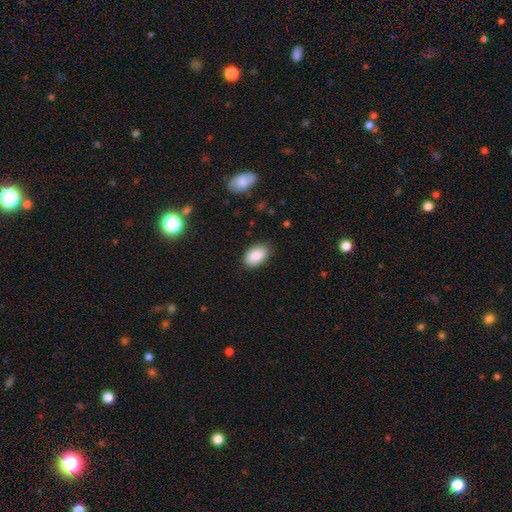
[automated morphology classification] smooth_or_featured: smooth (p=0.90) [alt: star or artifact p=0.06]
how_rounded: in between (p=0.91) [alt: round p=0.07]
merging: none (p=0.86) [alt: minor disturbance p=0.11]